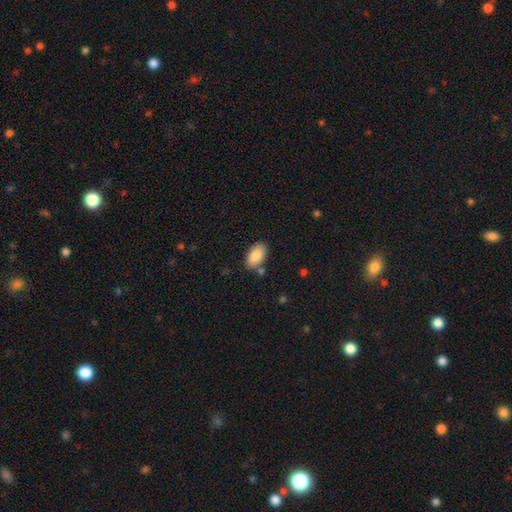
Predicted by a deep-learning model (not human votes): smooth_or_featured: smooth (p=0.86) [alt: featured or disk p=0.07]
how_rounded: in between (p=0.94) [alt: round p=0.04]
merging: none (p=0.78) [alt: minor disturbance p=0.13]